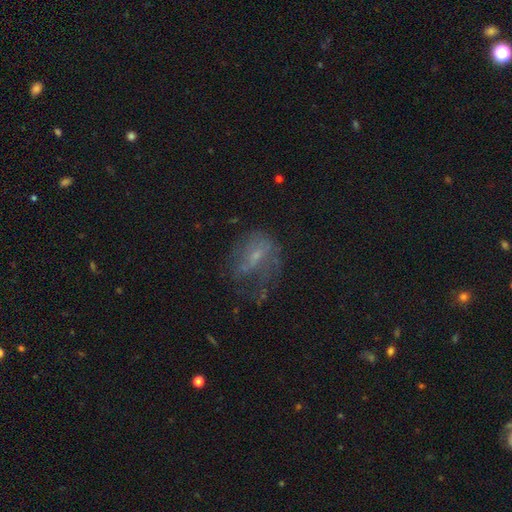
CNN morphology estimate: This is possibly a featured or disk galaxy (52%). It is clearly not viewed edge-on (95%). Merging: marginally major disturbance (39%).